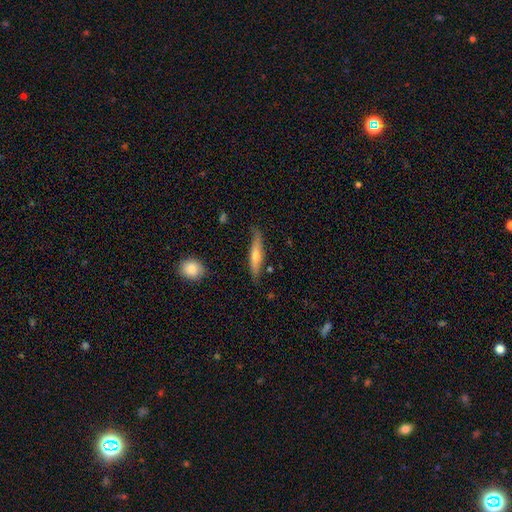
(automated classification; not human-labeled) smooth-or-featured: featured or disk: 51% | smooth: 43% | star or artifact: 6%
  disk-edge-on: yes: 91% | no: 9%
  merging: none: 78% | minor disturbance: 17% | major disturbance: 3% | merger: 2%